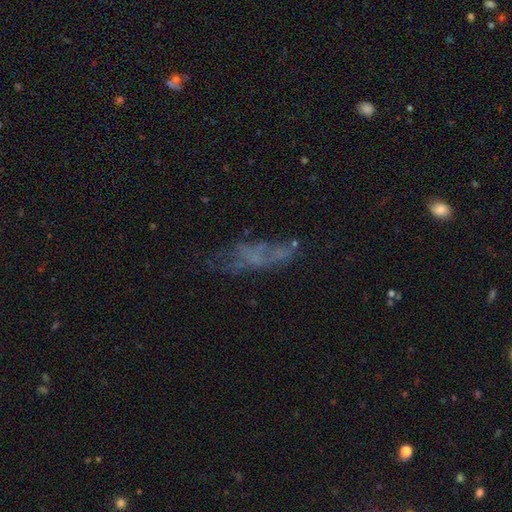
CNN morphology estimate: type=featured or disk (46%); merging=none (49%).